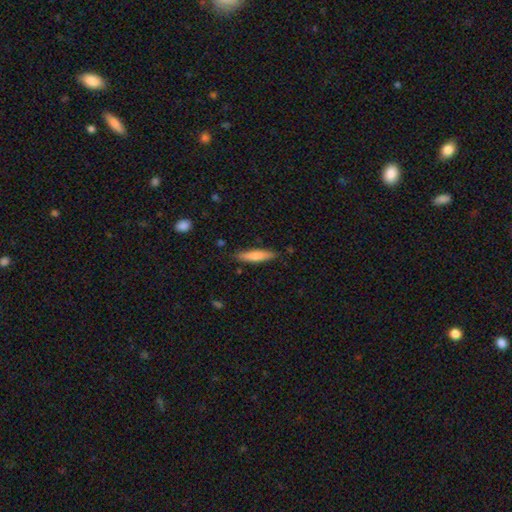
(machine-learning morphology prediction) This is likely a smooth galaxy (73%). How rounded: clearly cigar-shaped (81%). Merging: clearly none (85%).